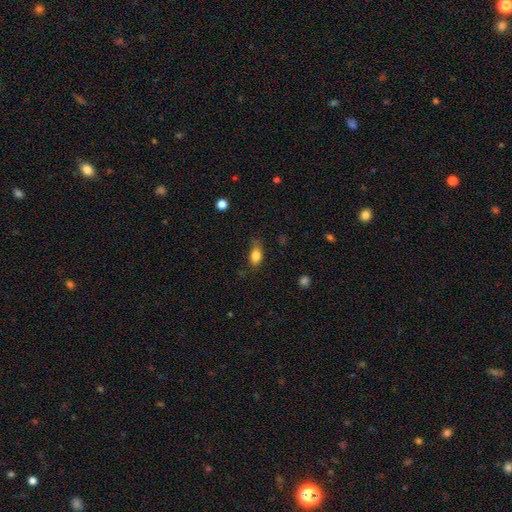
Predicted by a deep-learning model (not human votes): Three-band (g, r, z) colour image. It shows a smooth galaxy with no disk features (83%) that is in between round and cigar-shaped (82%). Merging: none (63%).